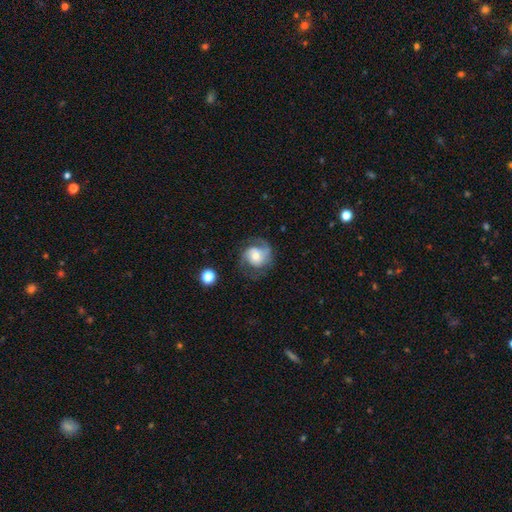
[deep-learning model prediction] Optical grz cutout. It shows a featured or disk galaxy (73%) with no bar (65%), 2 (67%) medium (46%) spiral arms (92%) and a moderate central bulge (59%). Merging: none (62%).